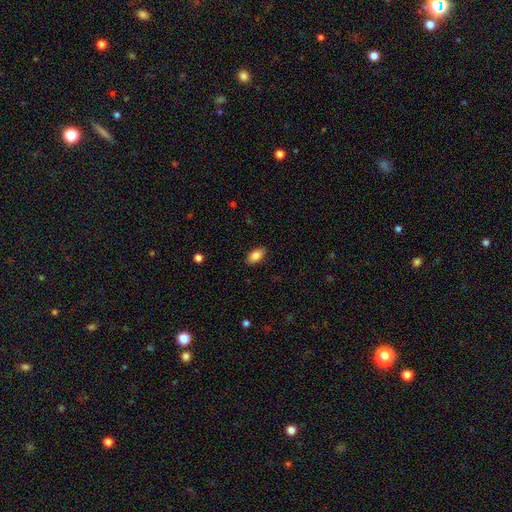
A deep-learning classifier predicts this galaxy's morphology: A smooth galaxy with no disk features (86%) that is in between round and cigar-shaped (91%). Merging: none (86%).